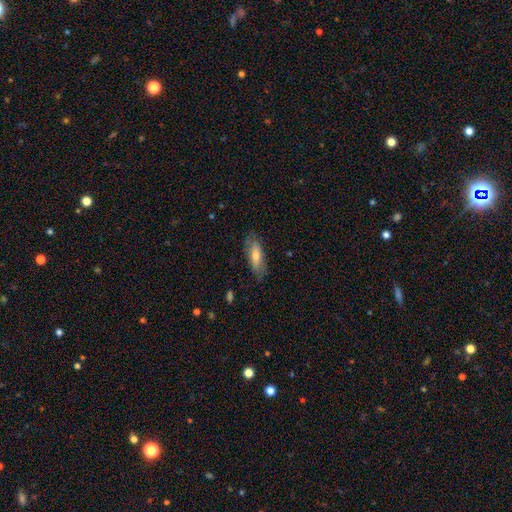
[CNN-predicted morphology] Smooth or featured? smooth (56%)
How rounded? in between (57%)
Merging? none (78%)